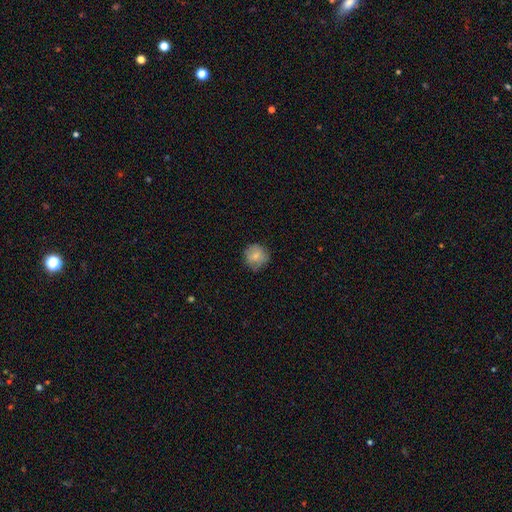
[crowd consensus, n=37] This appears to be a smooth galaxy with no disk features (78%) that is round (93%). Merging: none (77%).